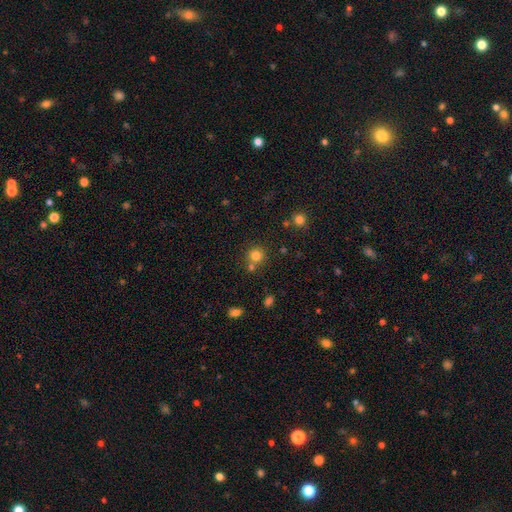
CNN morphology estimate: Smooth or featured? Predicted: smooth (p=0.79). How rounded? Predicted: round (p=0.92). Merging? Predicted: none (p=0.69).